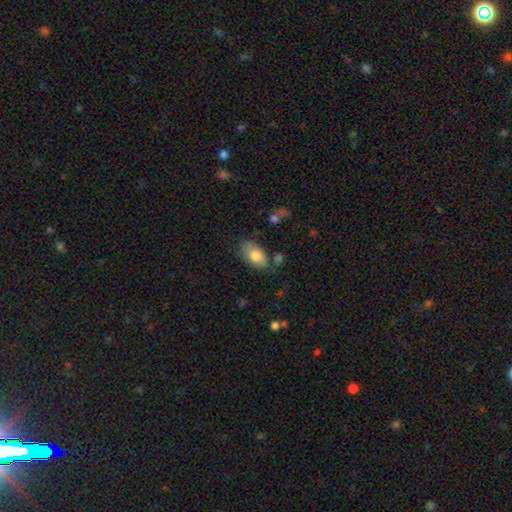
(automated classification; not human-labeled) A smooth galaxy with no disk features (79%) that is in between round and cigar-shaped (93%). Merging: none (66%).